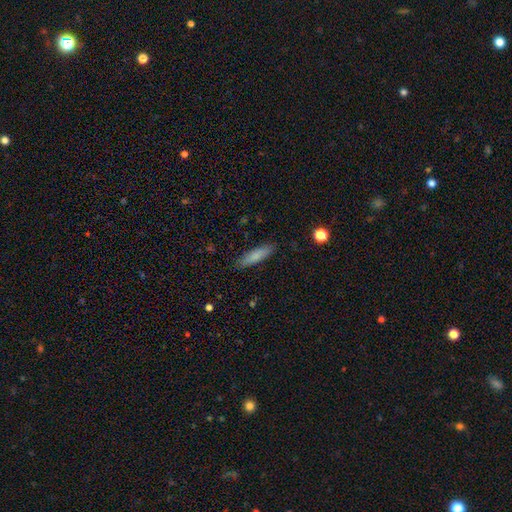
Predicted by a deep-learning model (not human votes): This appears to be a smooth galaxy with no disk features (81%) that is cigar-shaped (77%). Merging: none (88%).